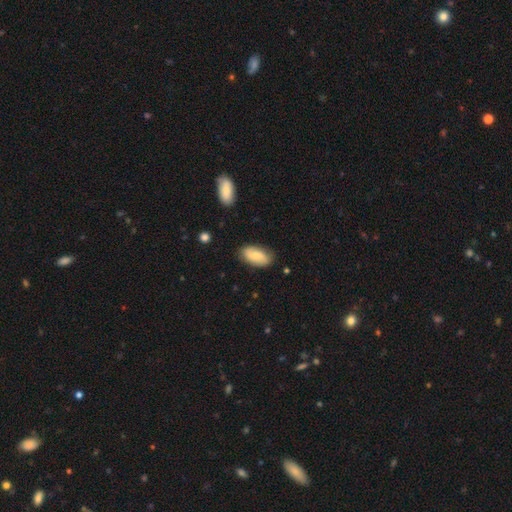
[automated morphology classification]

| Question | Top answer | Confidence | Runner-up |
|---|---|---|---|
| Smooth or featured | smooth | 70% | featured or disk (24%) |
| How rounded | in between | 93% | cigar-shaped (4%) |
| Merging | none | 83% | minor disturbance (13%) |